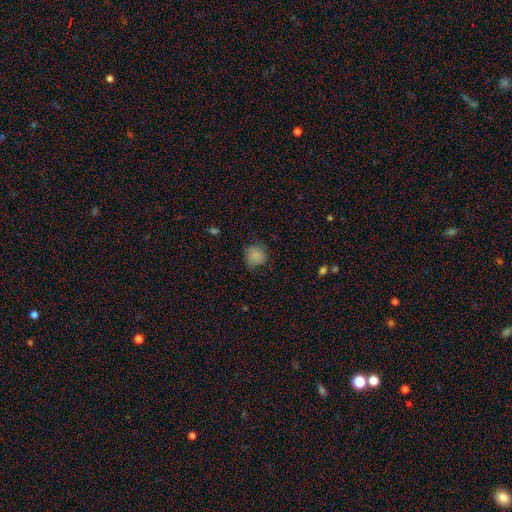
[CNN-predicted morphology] The model was most divided on "merging": none: 69%, minor disturbance: 23%, major disturbance: 7%, merger: 1%. More confident: how rounded — round (82%); smooth or featured — smooth (82%).